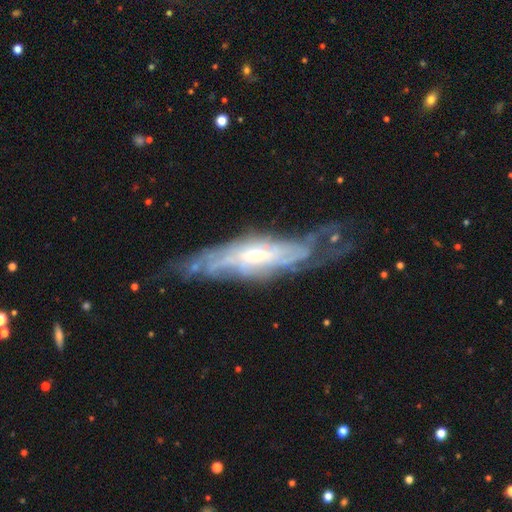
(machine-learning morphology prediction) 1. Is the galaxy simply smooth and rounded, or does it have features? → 82% featured or disk, 11% smooth, 6% star or artifact.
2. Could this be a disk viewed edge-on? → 70% no, 30% yes.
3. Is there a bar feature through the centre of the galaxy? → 49% no, 36% weak, 15% strong.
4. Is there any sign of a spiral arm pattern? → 88% yes, 12% no.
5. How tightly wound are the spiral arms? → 58% tight, 31% medium, 11% loose.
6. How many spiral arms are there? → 59% can't tell, 14% 2, 8% 4, 8% 3, 6% more than 4, 4% 1.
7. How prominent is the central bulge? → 48% small, 44% moderate, 4% large, 2% none, 1% dominant.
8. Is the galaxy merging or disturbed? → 60% none, 23% minor disturbance, 14% major disturbance, 3% merger.